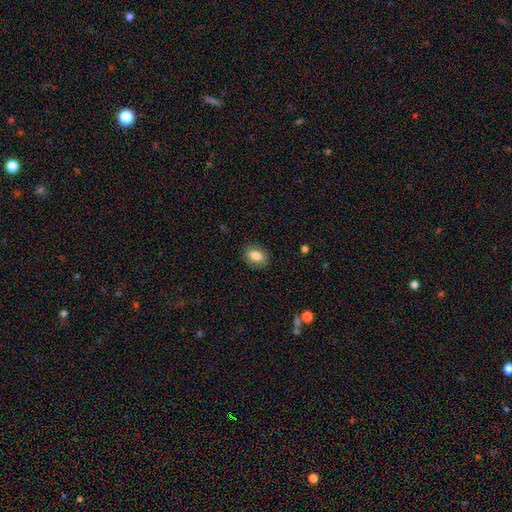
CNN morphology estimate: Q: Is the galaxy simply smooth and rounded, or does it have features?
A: smooth — 81%.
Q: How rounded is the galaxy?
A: in between — 79%.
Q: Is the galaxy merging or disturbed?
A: none — 85%.